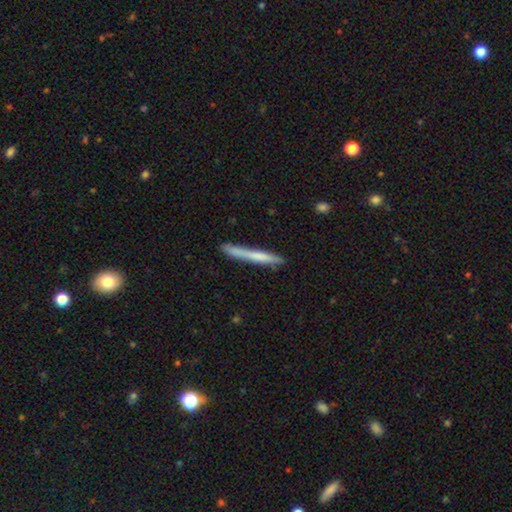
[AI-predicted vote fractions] Overall: smooth (61%; featured or disk 33%). How rounded: cigar-shaped (97%). Merging: none (83%).